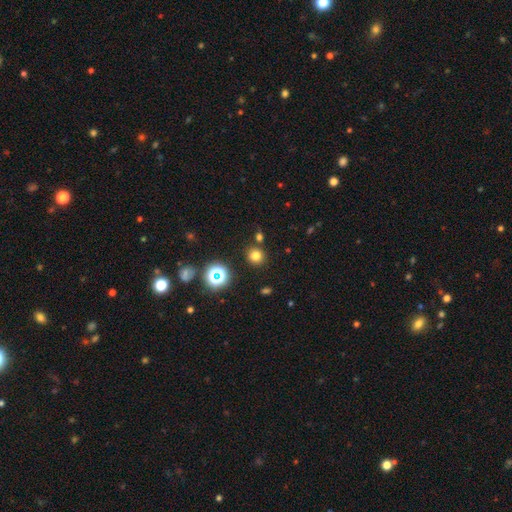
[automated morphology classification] Q: Smooth or featured?
A: smooth (73%); runner-up: star or artifact (20%)
Q: How rounded?
A: round (91%); runner-up: in between (8%)
Q: Merging?
A: none (85%); runner-up: minor disturbance (7%)